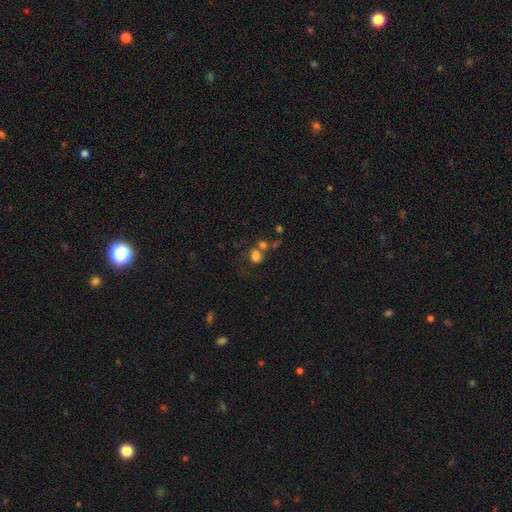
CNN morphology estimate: A smooth galaxy with no disk features (73%) that is in between round and cigar-shaped (52%).

Vote fractions:
- Smooth or featured? smooth: 73% / star or artifact: 15% / featured or disk: 12%
- How rounded? in between: 52% / round: 46% / cigar-shaped: 1%
- Merging? merger: 38% / none: 34% / minor disturbance: 14% / major disturbance: 14%